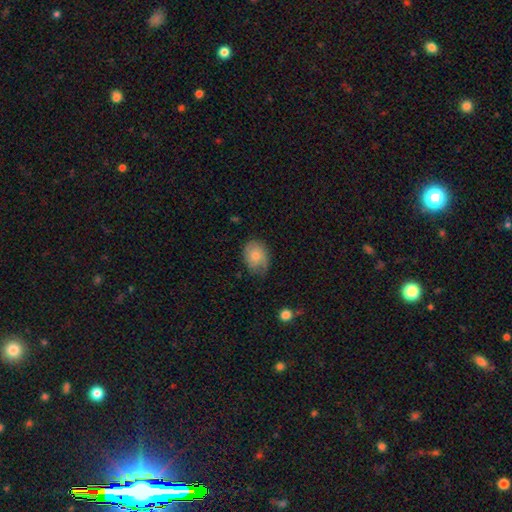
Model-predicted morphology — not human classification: A smooth galaxy with no disk features (67%) that is in between round and cigar-shaped (63%).

Vote fractions:
- Smooth or featured? smooth: 67% / featured or disk: 26% / star or artifact: 7%
- How rounded? in between: 63% / round: 36% / cigar-shaped: 1%
- Merging? none: 58% / minor disturbance: 31% / major disturbance: 10% / merger: 2%